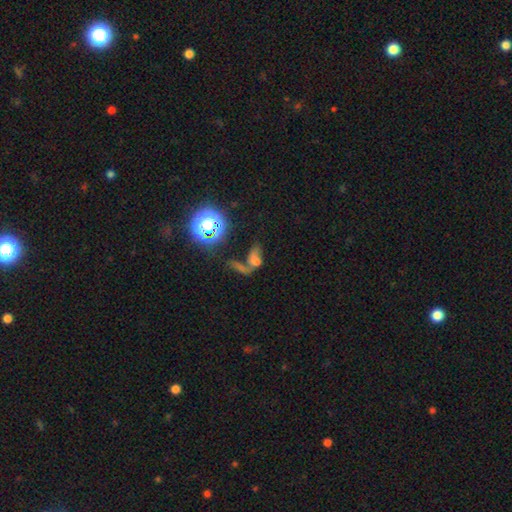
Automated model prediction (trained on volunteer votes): smooth-or-featured: star or artifact: 41% | smooth: 32% | featured or disk: 27%